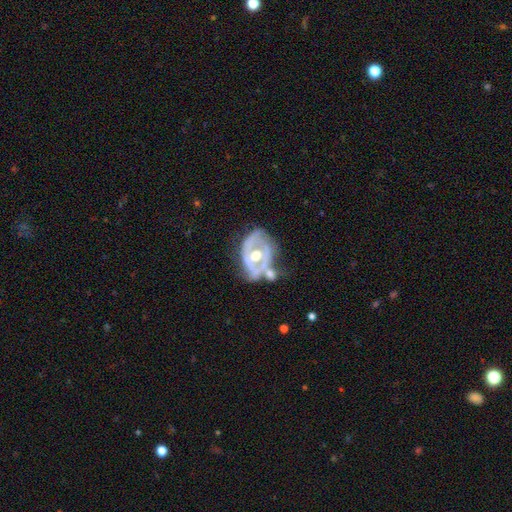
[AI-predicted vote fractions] A featured or disk galaxy (78%) with no bar (62%), no spiral arms (51%) and a moderate central bulge (77%). Merging: none (30%).